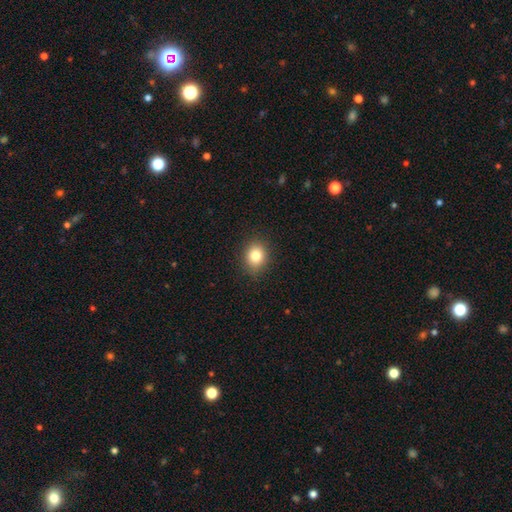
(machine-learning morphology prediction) The model was most divided on "how rounded": round: 60%, in between: 39%, cigar-shaped: 1%. More confident: merging — none (89%); smooth or featured — smooth (82%).